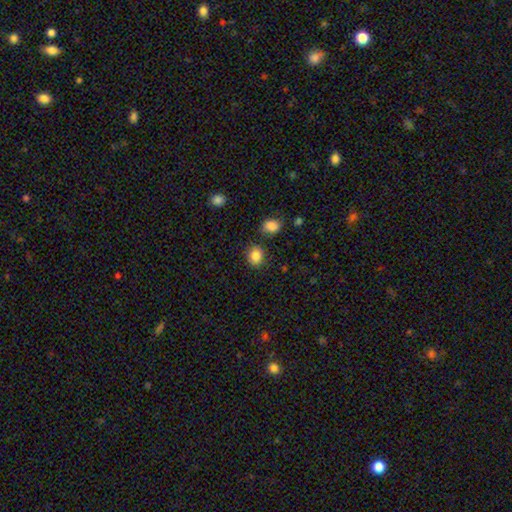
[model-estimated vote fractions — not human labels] Overall: smooth (86%). How rounded: round (63%; in between 36%). Merging: none (78%).